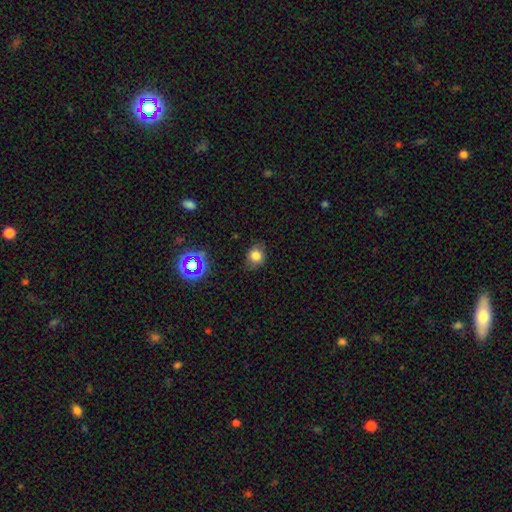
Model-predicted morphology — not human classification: Smooth or featured? Predicted: smooth (p=0.76). How rounded? Predicted: round (p=0.67). Merging? Predicted: none (p=0.74).